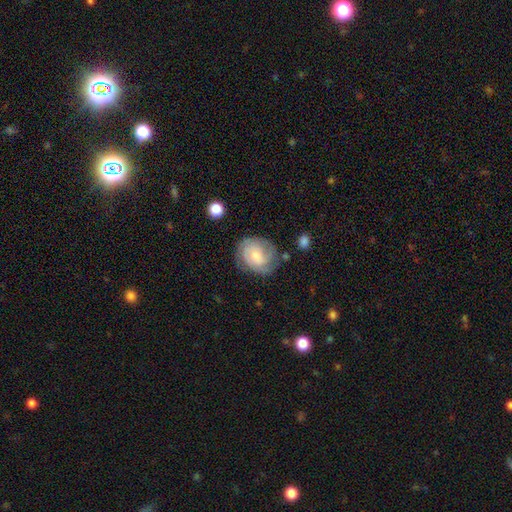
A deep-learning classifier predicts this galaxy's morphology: Smooth or featured: featured or disk — 63% (smooth — 30%)
Edge-on disk: no — 98% (yes — 2%)
Bar: no — 56% (weak — 38%)
Spiral arms: yes — 90% (no — 10%)
Spiral winding: tight — 58% (medium — 33%)
Spiral arm count: 2 — 40% (can't tell — 30%)
Bulge size: small — 50% (moderate — 40%)
Merging: none — 69% (minor disturbance — 21%)